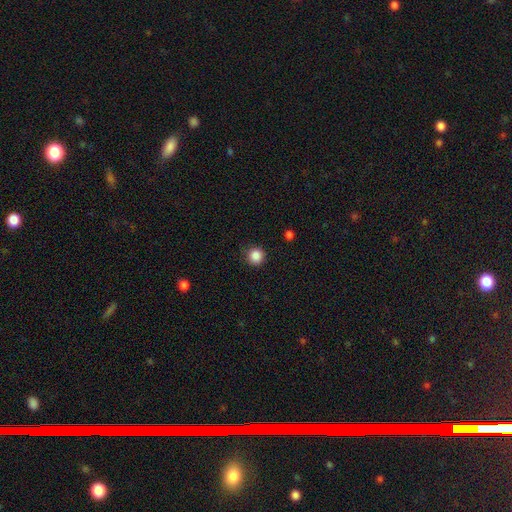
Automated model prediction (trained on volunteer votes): smooth_or_featured: smooth (p=0.86) [alt: star or artifact p=0.11]
how_rounded: round (p=0.95) [alt: in between p=0.04]
merging: none (p=0.88) [alt: minor disturbance p=0.09]